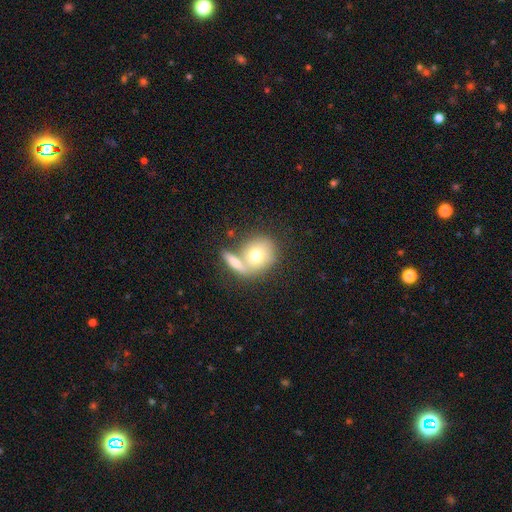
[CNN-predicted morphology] smooth 71%, featured or disk 22%, star or artifact 8%. Down the decision tree: how rounded — round (67%); merging — none (43%, tied with merger).